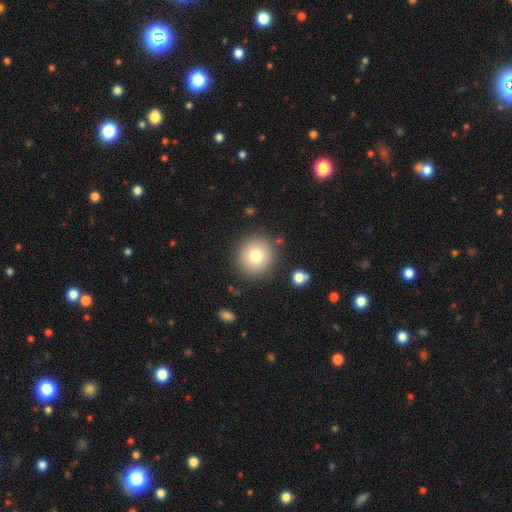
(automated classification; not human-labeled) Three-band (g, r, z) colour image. It shows a smooth galaxy with no disk features (77%) that is round (92%). Merging: none (87%).